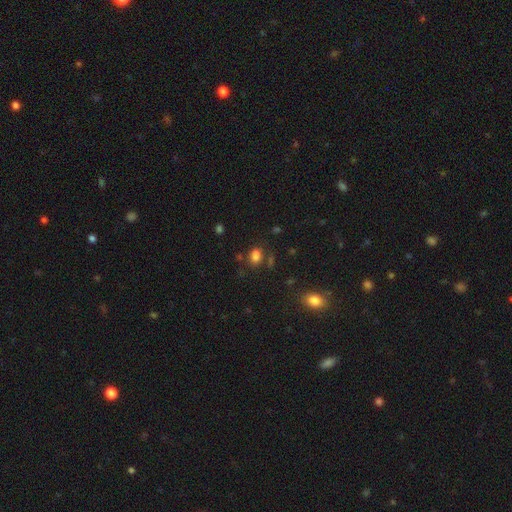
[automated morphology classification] Overall: smooth (76%). How rounded: in between (65%; round 33%). Merging: none (68%).